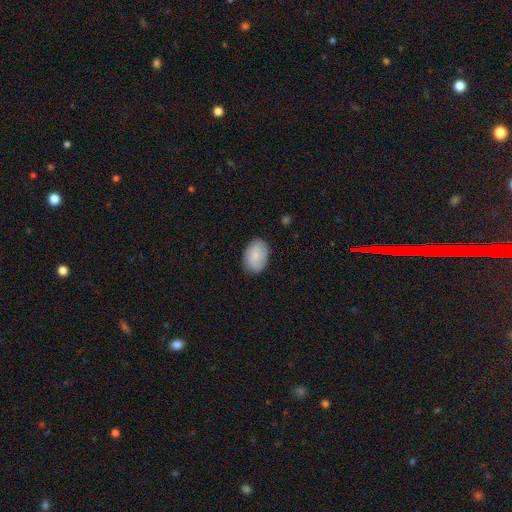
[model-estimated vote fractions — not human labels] Smooth or featured? Predicted: smooth (p=0.80). How rounded? Predicted: in between (p=0.82). Merging? Predicted: none (p=0.82).